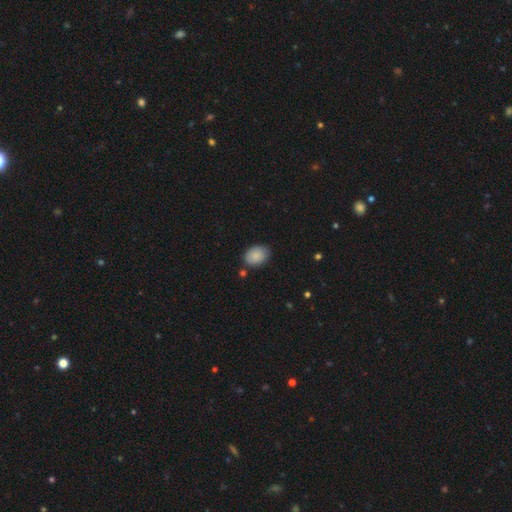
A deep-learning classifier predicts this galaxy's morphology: smooth 86%, star or artifact 7%, featured or disk 7%. Down the decision tree: how rounded — in between (77%); merging — none (79%).